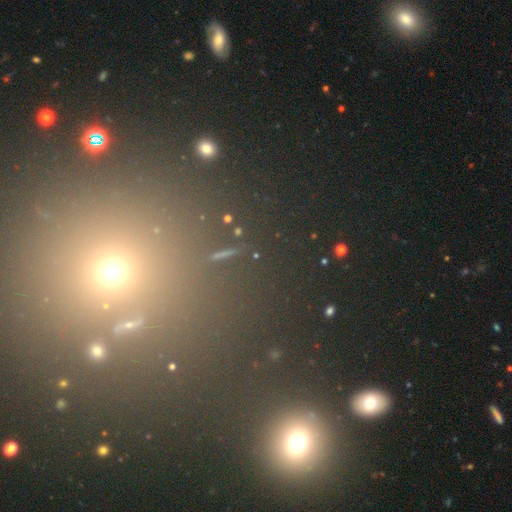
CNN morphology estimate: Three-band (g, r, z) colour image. It shows a star or artifact, not a galaxy (62%).